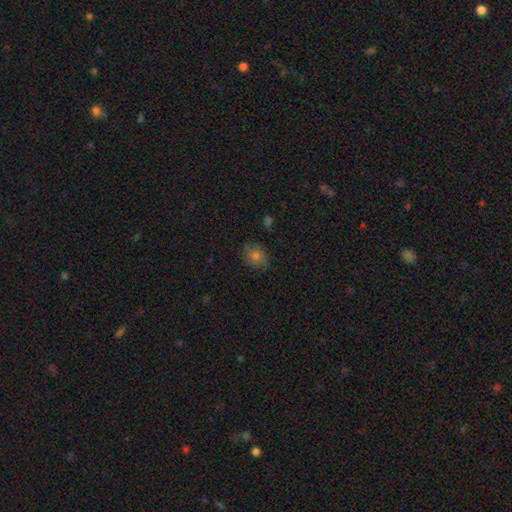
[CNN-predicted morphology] This appears to be a smooth galaxy with no disk features (75%) that is round (66%). Merging: none (82%).